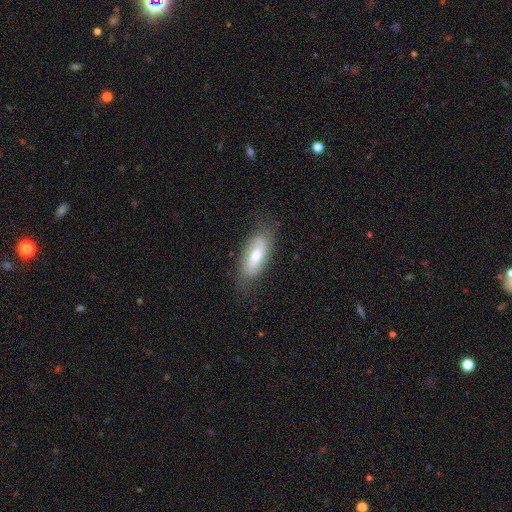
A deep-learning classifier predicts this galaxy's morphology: Smooth or featured? smooth (54%)
How rounded? in between (81%)
Merging? none (73%)